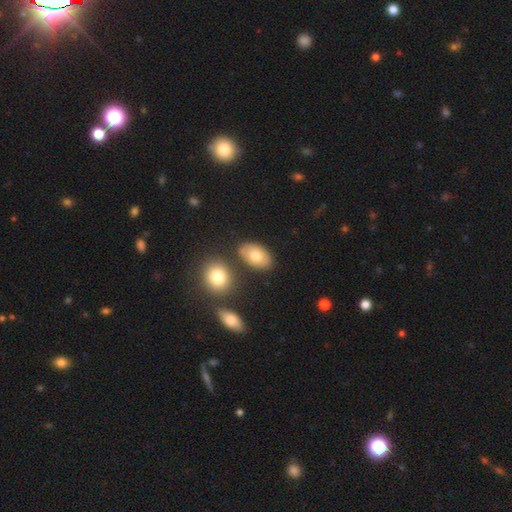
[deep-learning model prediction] Q: Smooth or featured?
A: smooth (75%); runner-up: featured or disk (17%)
Q: How rounded?
A: in between (91%); runner-up: round (8%)
Q: Merging?
A: none (77%); runner-up: minor disturbance (11%)